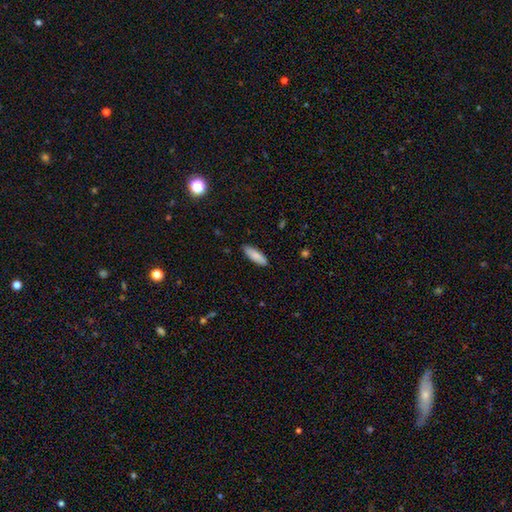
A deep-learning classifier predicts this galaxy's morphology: Q: Smooth or featured?
A: smooth (84%); runner-up: featured or disk (10%)
Q: How rounded?
A: in between (58%); runner-up: cigar-shaped (40%)
Q: Merging?
A: none (87%); runner-up: minor disturbance (10%)